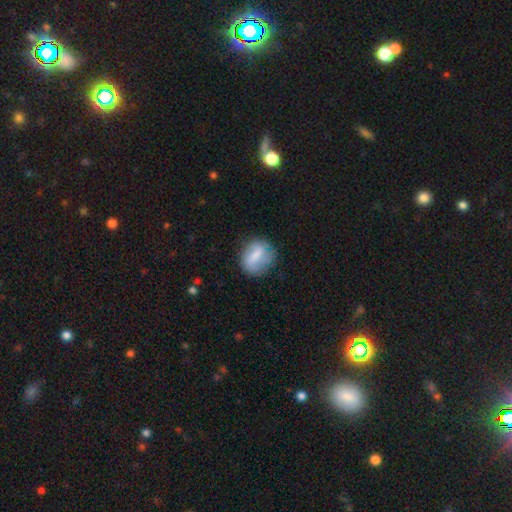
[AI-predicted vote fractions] Smooth or featured? Predicted: smooth (p=0.59). How rounded? Predicted: round (p=0.56). Merging? Predicted: none (p=0.66).